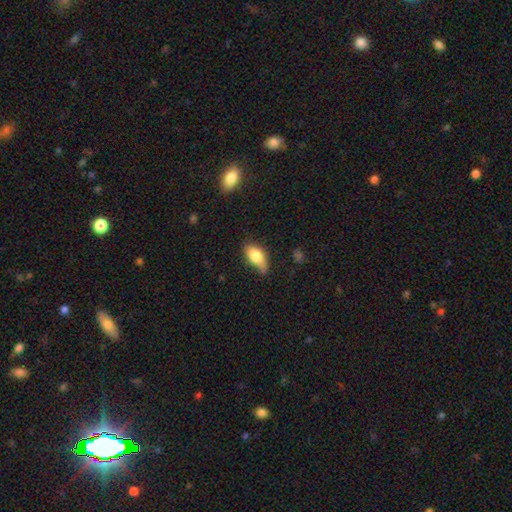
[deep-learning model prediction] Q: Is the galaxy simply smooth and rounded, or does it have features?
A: smooth — 80%.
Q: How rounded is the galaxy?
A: in between — 90%.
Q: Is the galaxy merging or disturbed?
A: none — 47%.